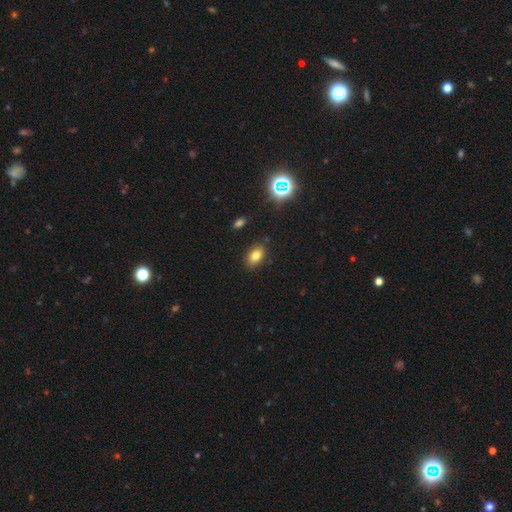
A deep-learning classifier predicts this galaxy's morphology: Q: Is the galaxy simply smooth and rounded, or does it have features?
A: smooth — 76%.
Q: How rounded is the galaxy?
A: in between — 86%.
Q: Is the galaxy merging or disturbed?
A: none — 85%.